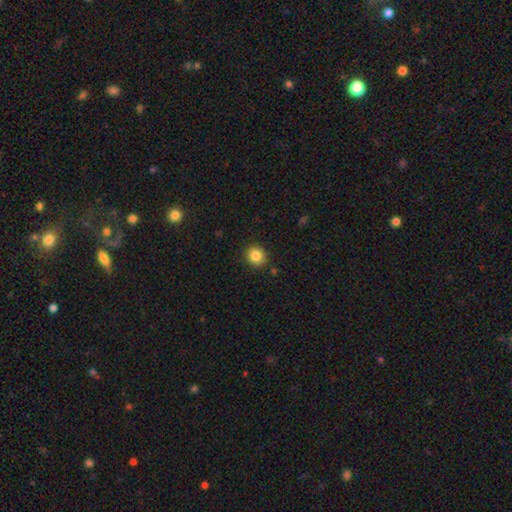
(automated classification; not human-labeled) Overall: smooth (84%). How rounded: round (88%). Merging: none (91%).